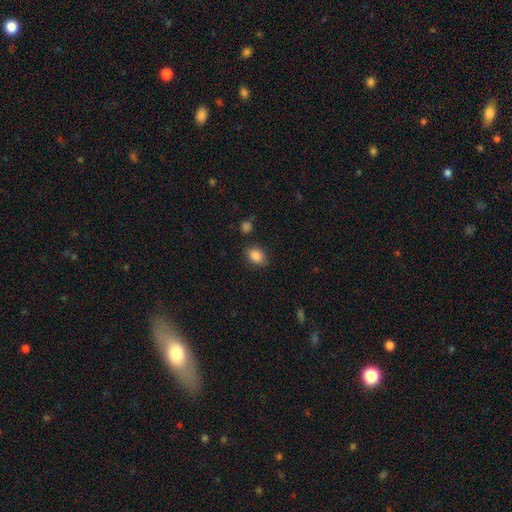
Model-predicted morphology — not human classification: Smooth or featured: smooth — 86% (star or artifact — 9%)
How rounded: in between — 77% (round — 22%)
Merging: none — 82% (minor disturbance — 12%)